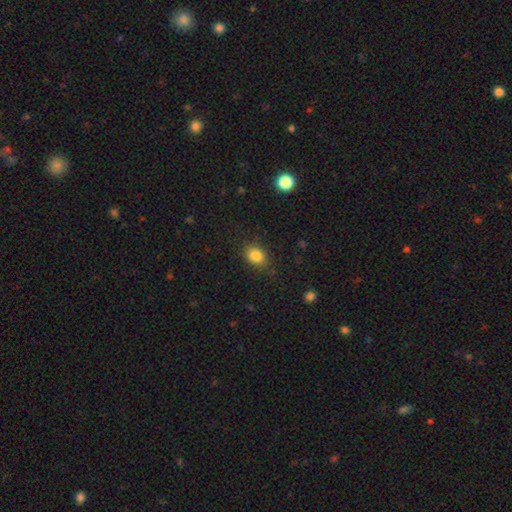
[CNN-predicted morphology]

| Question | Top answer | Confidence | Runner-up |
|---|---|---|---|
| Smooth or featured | smooth | 85% | star or artifact (10%) |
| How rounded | in between | 63% | round (36%) |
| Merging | none | 83% | minor disturbance (13%) |